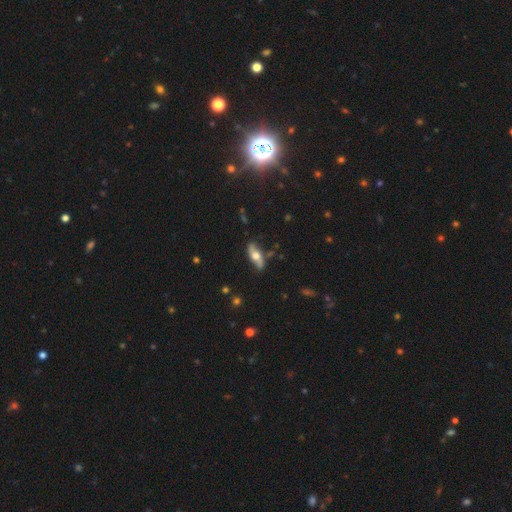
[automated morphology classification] Smooth or featured: featured or disk — 50% (smooth — 44%)
Merging: none — 76% (minor disturbance — 17%)